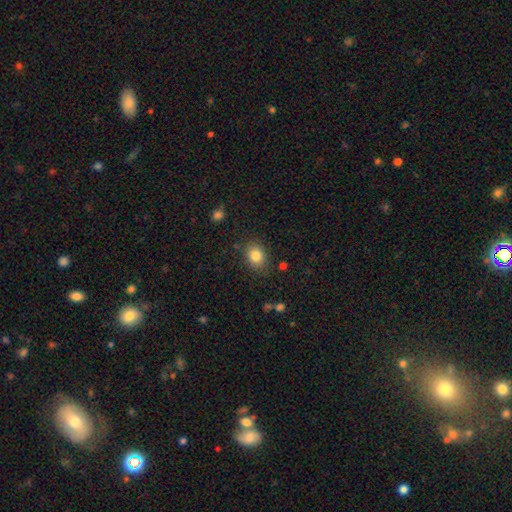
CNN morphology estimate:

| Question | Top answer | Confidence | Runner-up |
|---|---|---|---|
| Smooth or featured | smooth | 83% | star or artifact (10%) |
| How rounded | round | 57% | in between (42%) |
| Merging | none | 84% | minor disturbance (11%) |